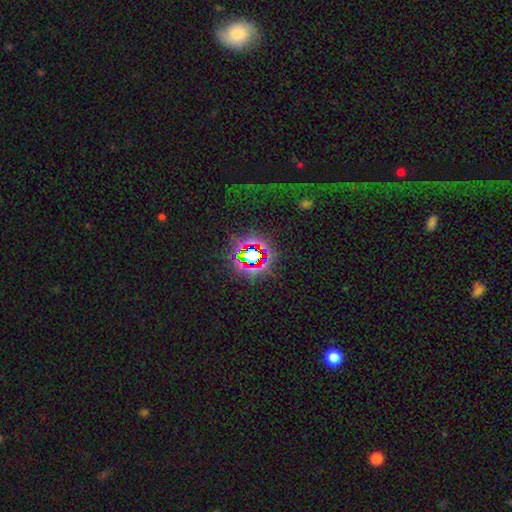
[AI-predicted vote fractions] smooth_or_featured: star or artifact (p=0.76) [alt: smooth p=0.14]